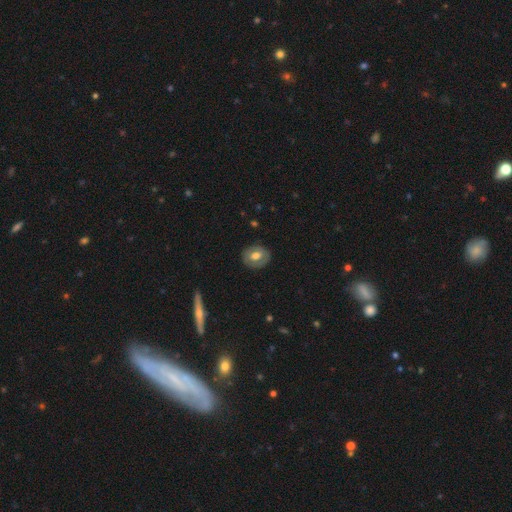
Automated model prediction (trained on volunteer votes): smooth 57%, featured or disk 36%, star or artifact 6%. Down the decision tree: how rounded — round (52%); merging — none (85%).